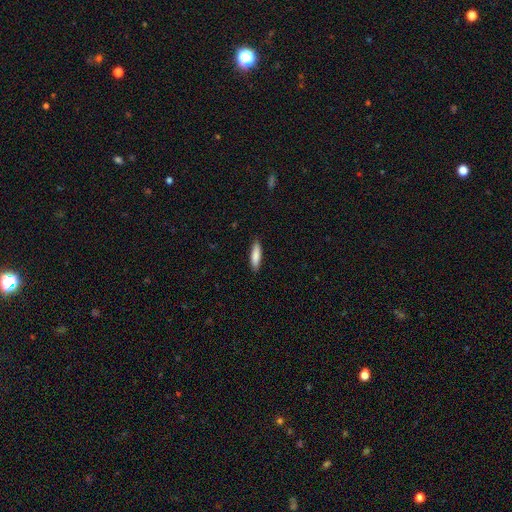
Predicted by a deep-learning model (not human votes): Morphology: type=smooth (84%); roundness=cigar-shaped (66%); merging=none (88%).